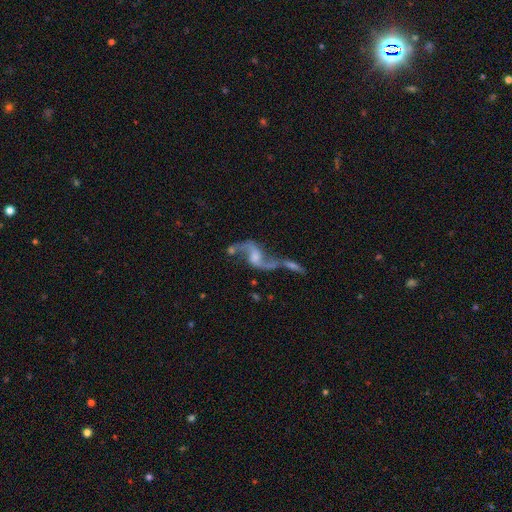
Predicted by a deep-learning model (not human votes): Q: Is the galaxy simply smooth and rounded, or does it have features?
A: featured or disk — 84%.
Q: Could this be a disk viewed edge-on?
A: no — 94%.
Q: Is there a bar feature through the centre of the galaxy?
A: no — 48%.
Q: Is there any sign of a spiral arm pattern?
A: yes — 91%.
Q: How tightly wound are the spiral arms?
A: loose — 87%.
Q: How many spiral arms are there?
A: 2 — 90%.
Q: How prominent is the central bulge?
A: small — 39%.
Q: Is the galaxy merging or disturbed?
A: merger — 46%.